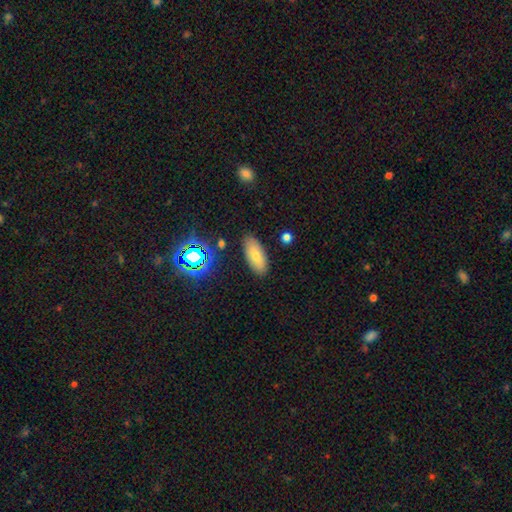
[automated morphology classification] smooth_or_featured: smooth (p=0.71) [alt: featured or disk p=0.17]
how_rounded: in between (p=0.84) [alt: cigar-shaped p=0.13]
merging: none (p=0.85) [alt: minor disturbance p=0.10]